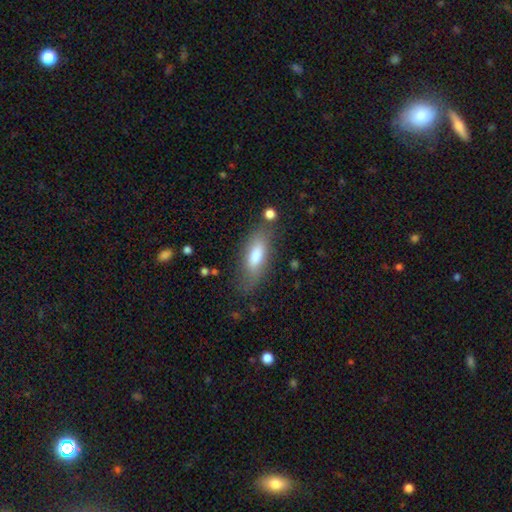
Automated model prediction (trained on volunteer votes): Smooth or featured? smooth (72%)
How rounded? in between (64%)
Merging? none (75%)